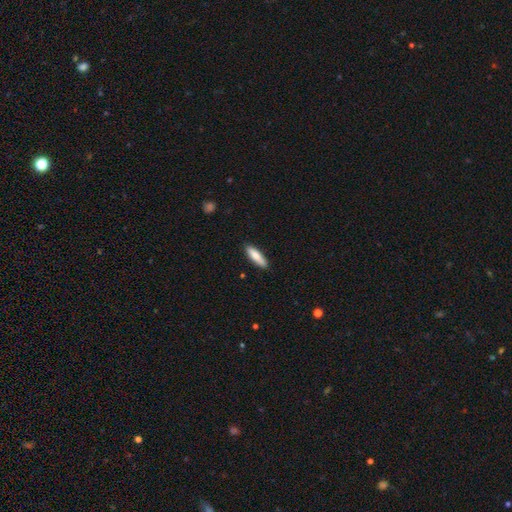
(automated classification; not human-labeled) Smooth or featured? smooth (81%)
How rounded? cigar-shaped (61%)
Merging? none (87%)